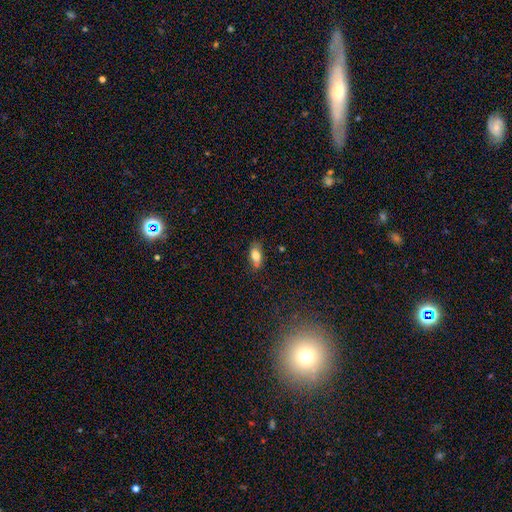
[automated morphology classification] A smooth galaxy with no disk features (77%) that is in between round and cigar-shaped (86%).

Vote fractions:
- Smooth or featured? smooth: 77% / featured or disk: 15% / star or artifact: 8%
- How rounded? in between: 86% / cigar-shaped: 8% / round: 5%
- Merging? none: 72% / minor disturbance: 20% / major disturbance: 4% / merger: 3%